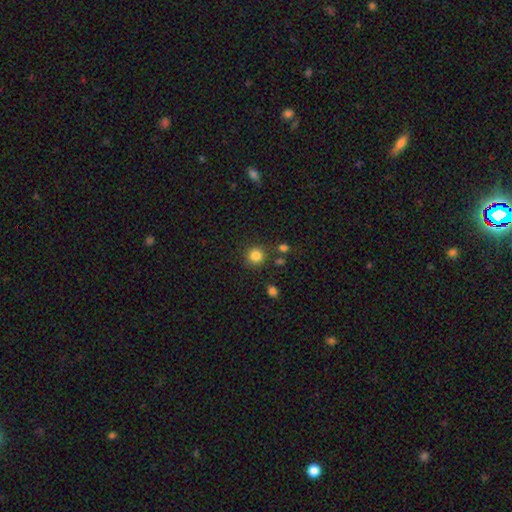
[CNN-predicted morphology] Overall: smooth (84%). How rounded: round (92%). Merging: none (84%).